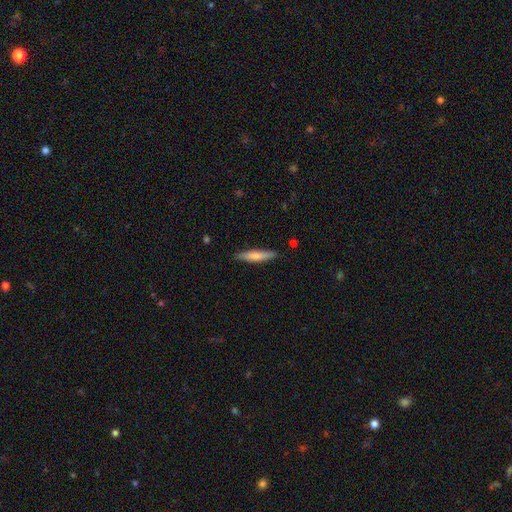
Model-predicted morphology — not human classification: Overall: smooth (72%). How rounded: cigar-shaped (87%). Merging: none (87%).